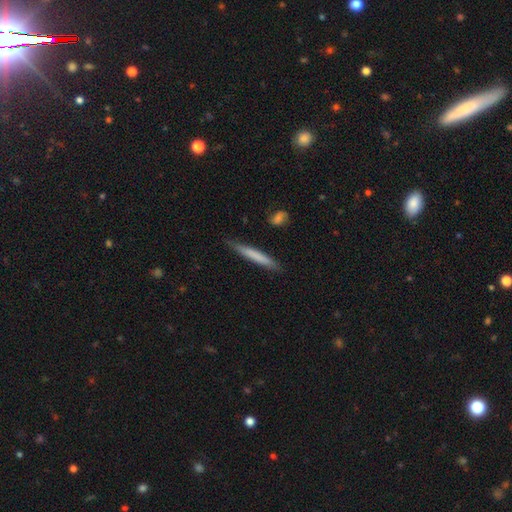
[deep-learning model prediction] The model was most divided on "smooth or featured": smooth: 66%, featured or disk: 28%, star or artifact: 6%. More confident: how rounded — cigar-shaped (95%); merging — none (84%).